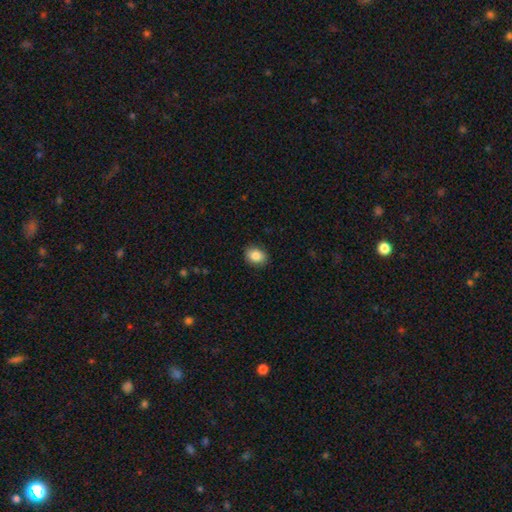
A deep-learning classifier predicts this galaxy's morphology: A smooth galaxy with no disk features (86%) that is in between round and cigar-shaped (56%).

Vote fractions:
- Smooth or featured? smooth: 86% / star or artifact: 8% / featured or disk: 6%
- How rounded? in between: 56% / round: 43% / cigar-shaped: 1%
- Merging? none: 88% / minor disturbance: 9% / major disturbance: 2% / merger: 1%